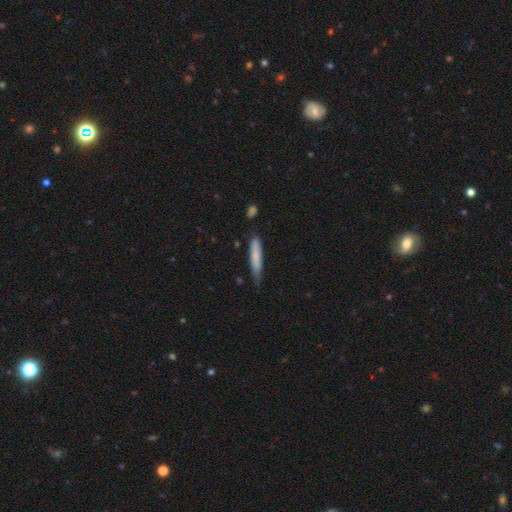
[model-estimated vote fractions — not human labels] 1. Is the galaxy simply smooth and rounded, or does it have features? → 75% smooth, 19% featured or disk, 6% star or artifact.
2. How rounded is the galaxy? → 89% cigar-shaped, 10% in between, 1% round.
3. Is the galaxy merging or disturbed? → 65% none, 28% minor disturbance, 4% major disturbance, 3% merger.